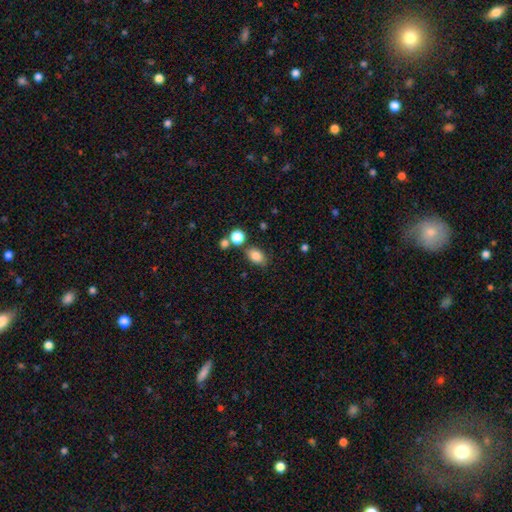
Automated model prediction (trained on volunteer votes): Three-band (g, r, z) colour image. It shows a smooth galaxy with no disk features (84%) that is in between round and cigar-shaped (82%). Merging: none (72%).